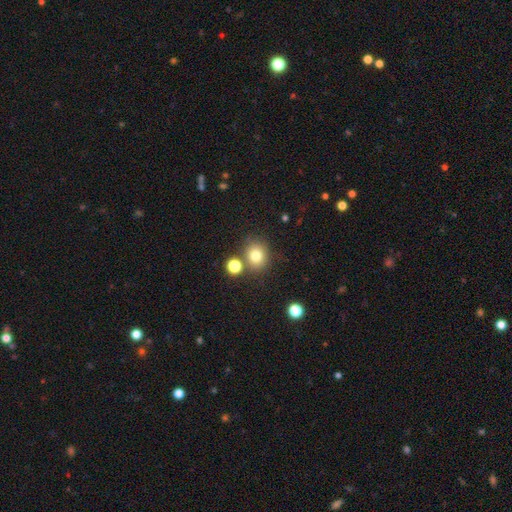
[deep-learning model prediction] Overall: smooth (78%). How rounded: round (76%). Merging: none (74%).